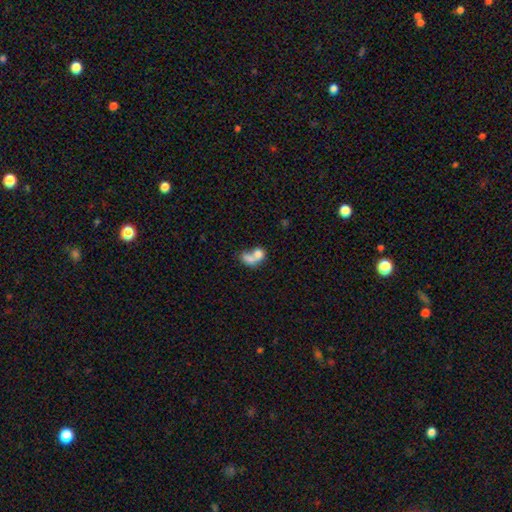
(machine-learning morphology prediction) smooth_or_featured: smooth (p=0.72) [alt: featured or disk p=0.19]
how_rounded: in between (p=0.62) [alt: round p=0.36]
merging: merger (p=0.72) [alt: none p=0.15]